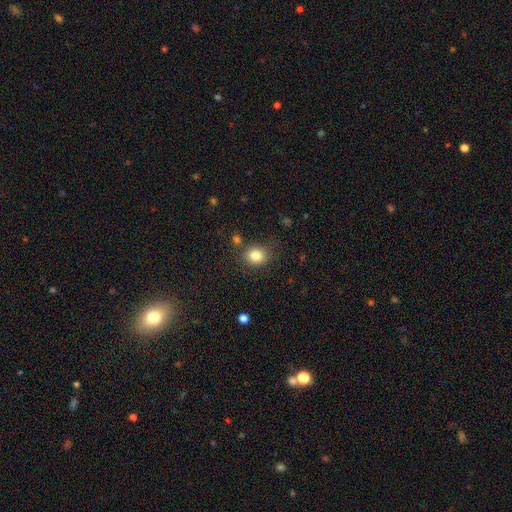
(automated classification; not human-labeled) smooth_or_featured: smooth (p=0.83) [alt: star or artifact p=0.11]
how_rounded: round (p=0.68) [alt: in between p=0.31]
merging: none (p=0.78) [alt: minor disturbance p=0.13]